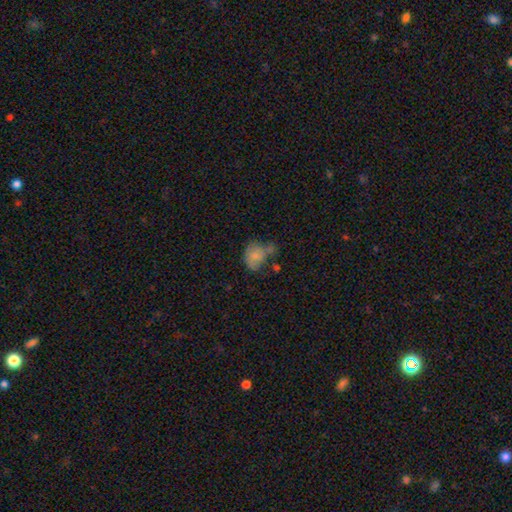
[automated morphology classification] Overall: smooth (74%). How rounded: in between (53%; round 46%). Merging: none (35%; minor disturbance 26%).